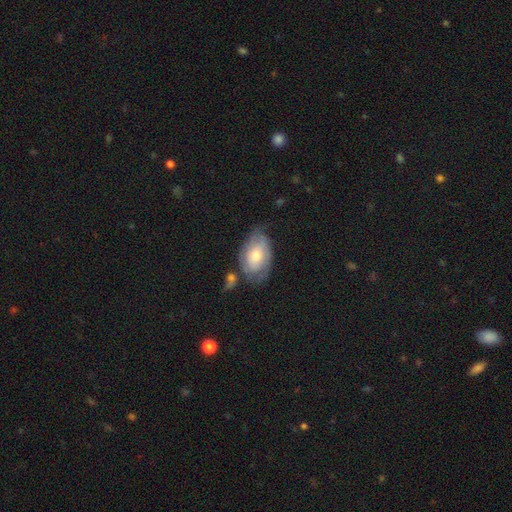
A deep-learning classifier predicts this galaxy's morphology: smooth-or-featured: smooth: 49% | featured or disk: 45% | star or artifact: 6%
  merging: none: 47% | minor disturbance: 31% | major disturbance: 14% | merger: 9%